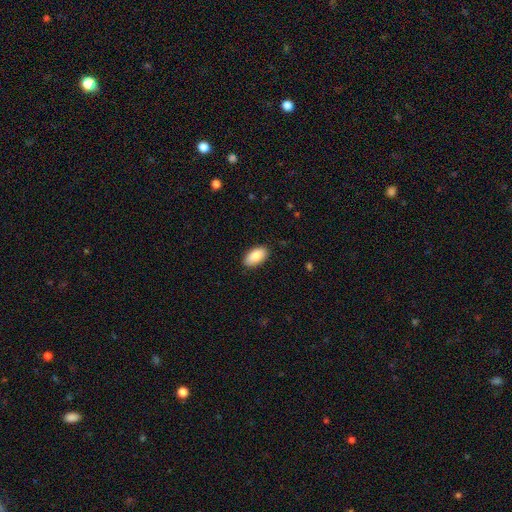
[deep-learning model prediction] Smooth or featured? Predicted: smooth (p=0.86). How rounded? Predicted: in between (p=0.95). Merging? Predicted: none (p=0.88).